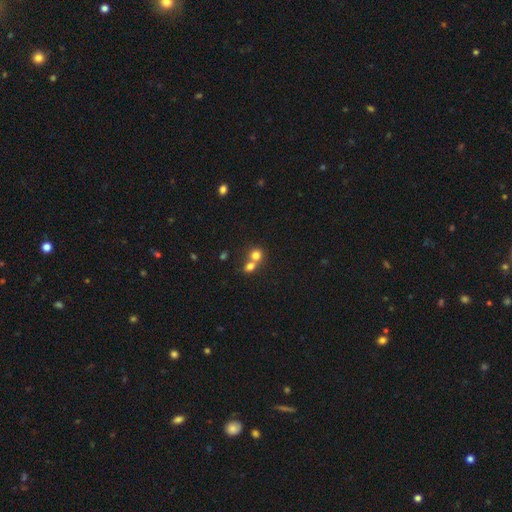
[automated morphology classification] This is likely a smooth galaxy (76%). How rounded: likely round (78%). Merging: likely merger (61%).